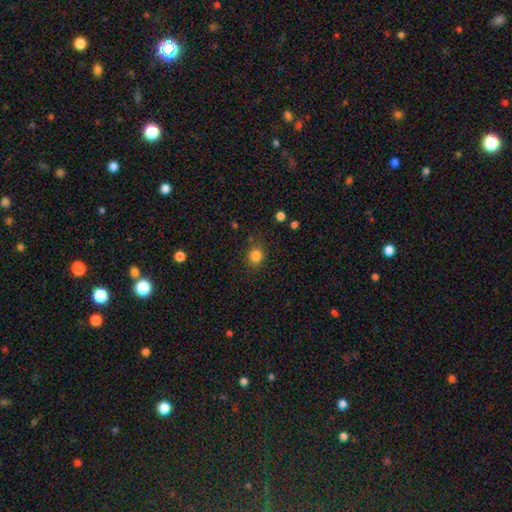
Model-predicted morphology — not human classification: A smooth galaxy with no disk features (83%) that is round (76%).

Vote fractions:
- Smooth or featured? smooth: 83% / star or artifact: 12% / featured or disk: 5%
- How rounded? round: 76% / in between: 23% / cigar-shaped: 1%
- Merging? none: 83% / minor disturbance: 11% / major disturbance: 3% / merger: 2%